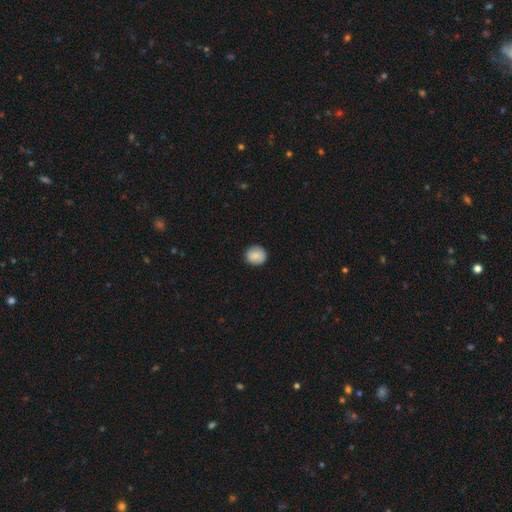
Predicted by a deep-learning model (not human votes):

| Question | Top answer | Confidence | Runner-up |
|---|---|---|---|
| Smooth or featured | smooth | 86% | star or artifact (7%) |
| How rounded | round | 85% | in between (14%) |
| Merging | none | 88% | minor disturbance (9%) |